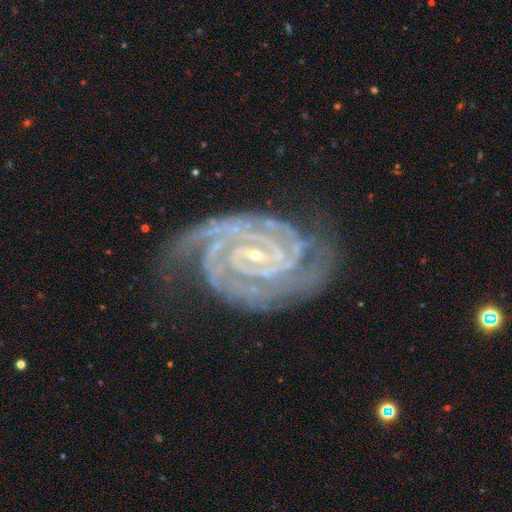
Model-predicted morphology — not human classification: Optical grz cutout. It shows a featured or disk galaxy (93%) with a weak bar (39%), 2 (47%) tight (84%) spiral arms (99%) and a small central bulge (82%). Merging: none (72%).